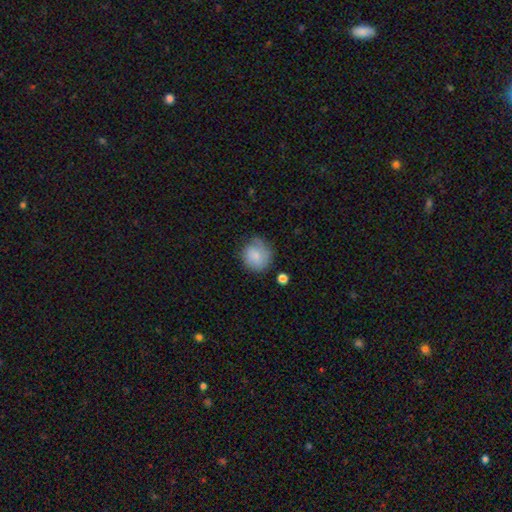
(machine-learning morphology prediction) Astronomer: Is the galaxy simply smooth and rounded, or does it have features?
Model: smooth — 74%.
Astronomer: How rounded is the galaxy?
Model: round — 86%.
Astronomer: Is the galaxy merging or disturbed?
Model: none — 60%.